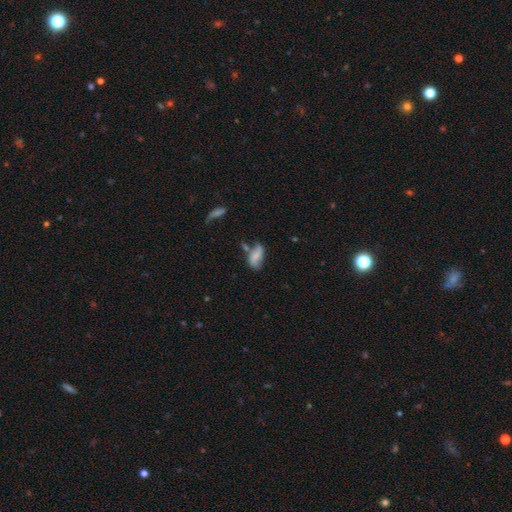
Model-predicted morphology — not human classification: A smooth galaxy with no disk features (55%) that is in between round and cigar-shaped (89%).

Vote fractions:
- Smooth or featured? smooth: 55% / featured or disk: 35% / star or artifact: 10%
- How rounded? in between: 89% / cigar-shaped: 6% / round: 5%
- Merging? none: 46% / minor disturbance: 28% / merger: 15% / major disturbance: 12%